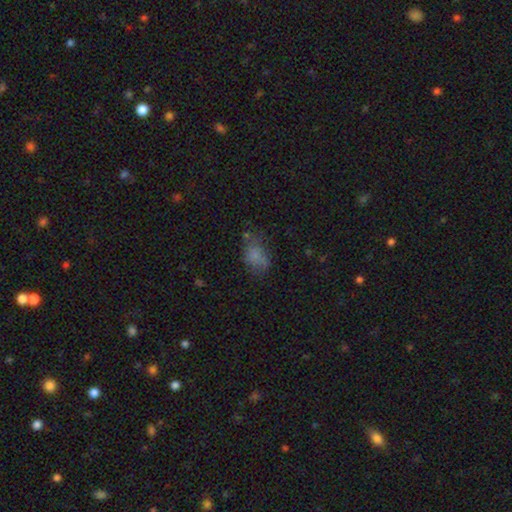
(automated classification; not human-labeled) Smooth or featured? smooth (71%)
How rounded? in between (81%)
Merging? none (48%)